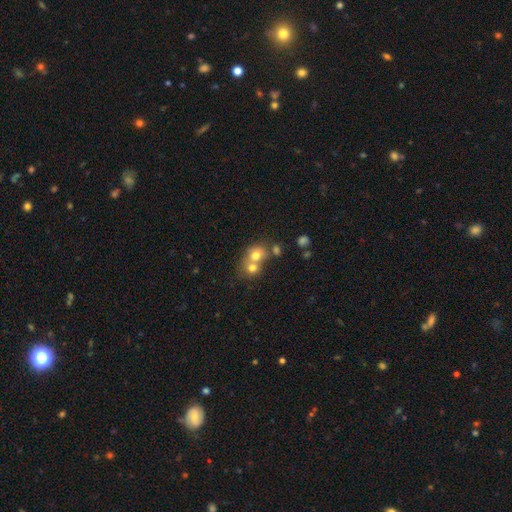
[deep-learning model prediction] Smooth or featured? Predicted: smooth (p=0.70). How rounded? Predicted: round (p=0.68). Merging? Predicted: merger (p=0.62).